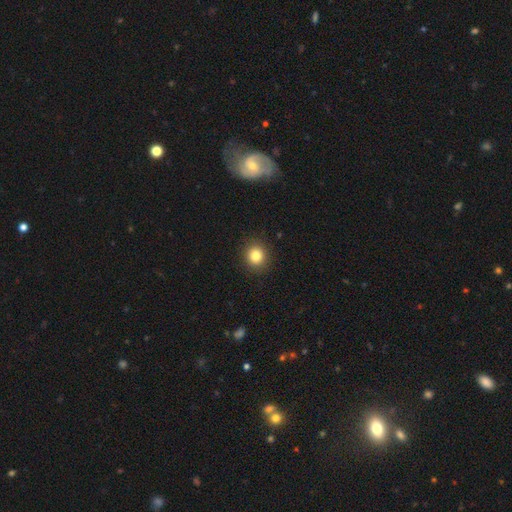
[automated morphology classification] Smooth or featured: smooth — 83% (star or artifact — 11%)
How rounded: round — 87% (in between — 12%)
Merging: none — 91% (minor disturbance — 6%)